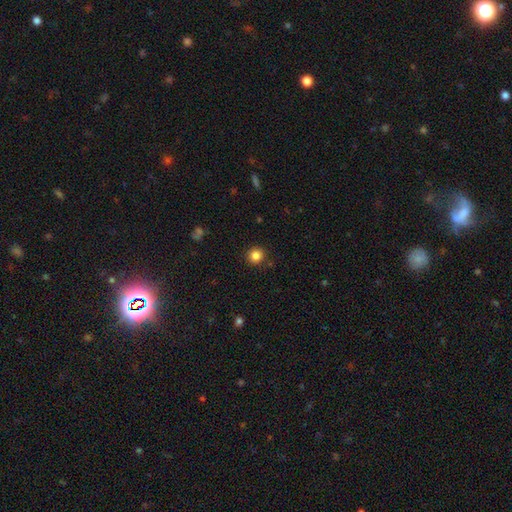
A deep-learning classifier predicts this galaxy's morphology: Smooth or featured: smooth — 84% (star or artifact — 11%)
How rounded: round — 93% (in between — 6%)
Merging: none — 90% (minor disturbance — 6%)